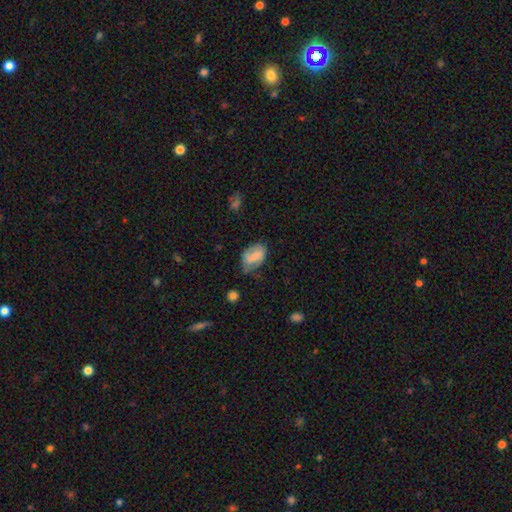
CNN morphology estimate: Smooth or featured: smooth — 55% (featured or disk — 37%)
How rounded: in between — 86% (round — 12%)
Merging: none — 50% (minor disturbance — 34%)